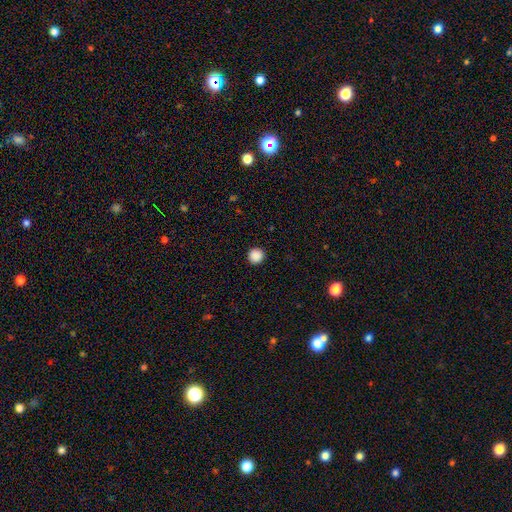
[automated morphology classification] type=smooth (89%); roundness=round (95%); merging=none (93%).